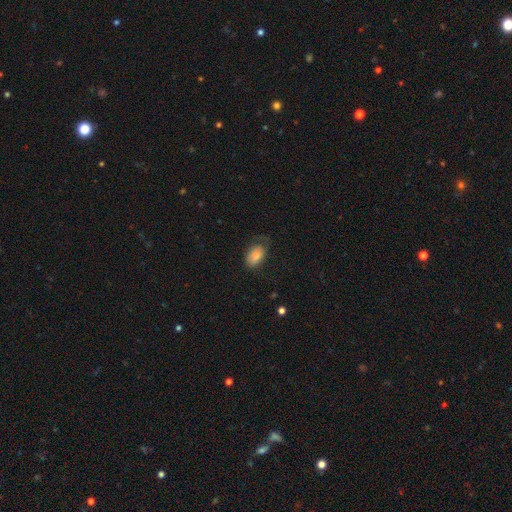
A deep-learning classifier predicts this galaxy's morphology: Smooth or featured? smooth (78%)
How rounded? in between (90%)
Merging? none (46%)